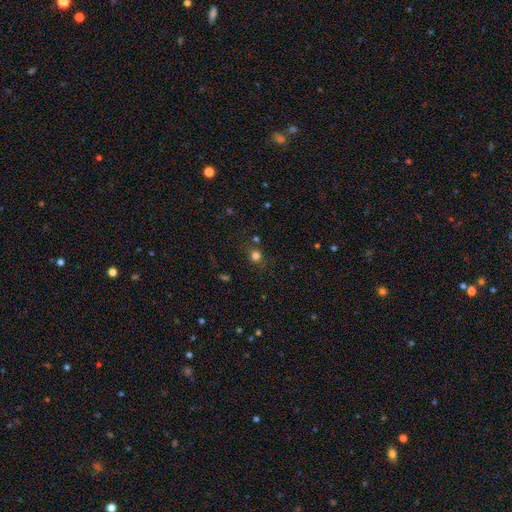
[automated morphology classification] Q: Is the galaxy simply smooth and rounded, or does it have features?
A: smooth — 75%.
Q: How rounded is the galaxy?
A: round — 87%.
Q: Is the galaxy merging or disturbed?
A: none — 77%.